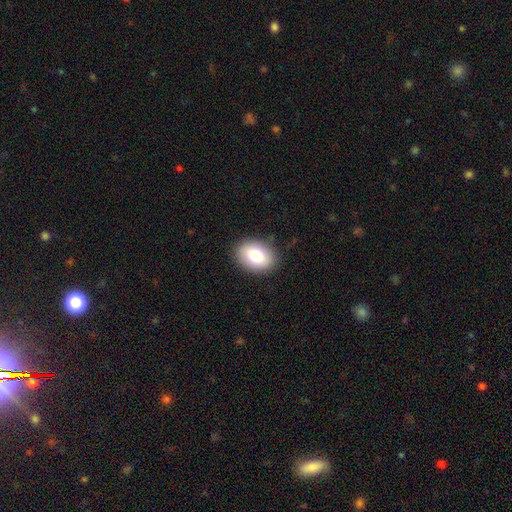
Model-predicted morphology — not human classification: smooth_or_featured: smooth (p=0.80) [alt: featured or disk p=0.12]
how_rounded: in between (p=0.75) [alt: round p=0.24]
merging: none (p=0.87) [alt: minor disturbance p=0.09]